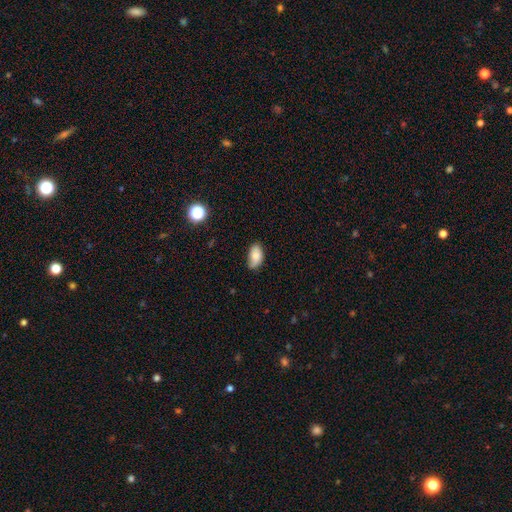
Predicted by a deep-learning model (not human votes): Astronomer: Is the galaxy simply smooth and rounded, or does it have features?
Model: smooth — 77%.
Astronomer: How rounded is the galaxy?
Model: in between — 93%.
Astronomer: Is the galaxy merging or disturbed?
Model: none — 67%.